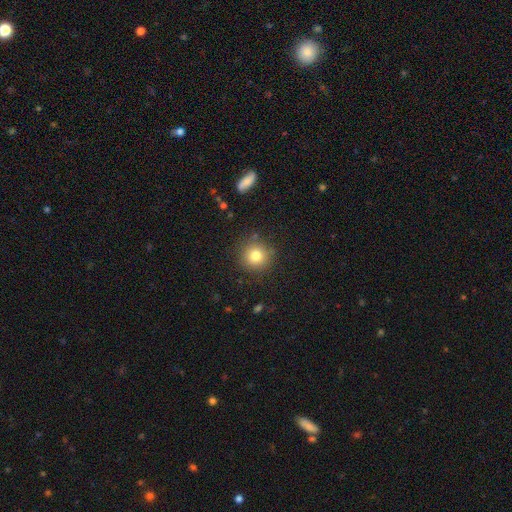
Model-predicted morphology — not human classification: A smooth galaxy with no disk features (80%) that is round (94%). Merging: none (88%).